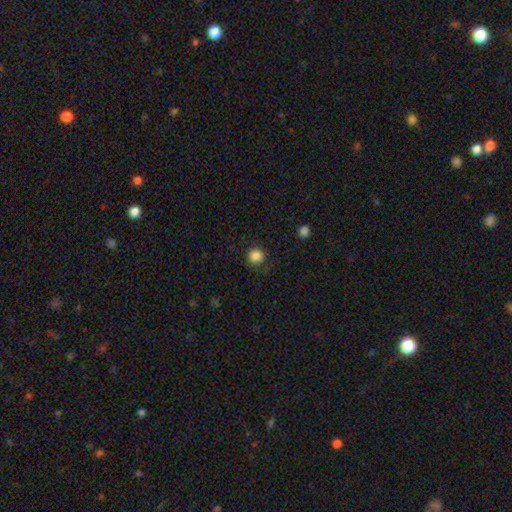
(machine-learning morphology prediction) smooth-or-featured: smooth: 85% | star or artifact: 10% | featured or disk: 4%
  how-rounded: round: 92% | in between: 7% | cigar-shaped: 1%
  merging: none: 81% | minor disturbance: 13% | major disturbance: 5% | merger: 1%